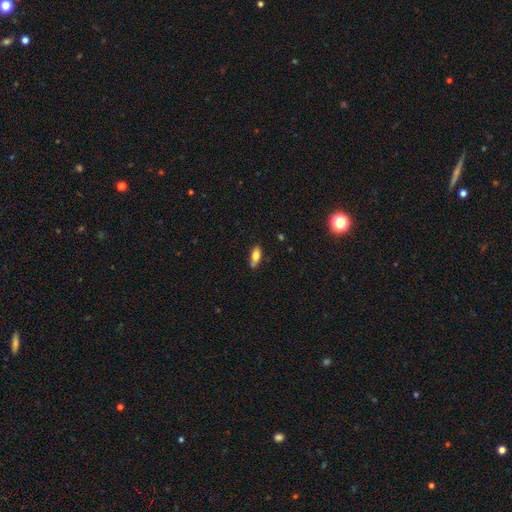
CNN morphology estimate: This appears to be a smooth galaxy with no disk features (76%) that is in between round and cigar-shaped (83%). Merging: none (70%).